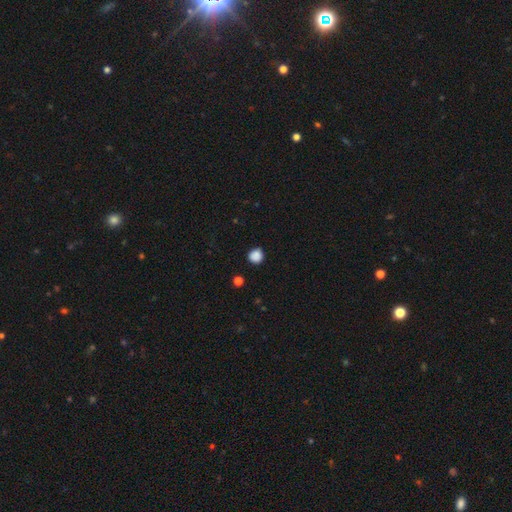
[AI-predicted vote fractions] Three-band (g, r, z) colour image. It shows a smooth galaxy with no disk features (86%) that is round (91%). Merging: none (85%).